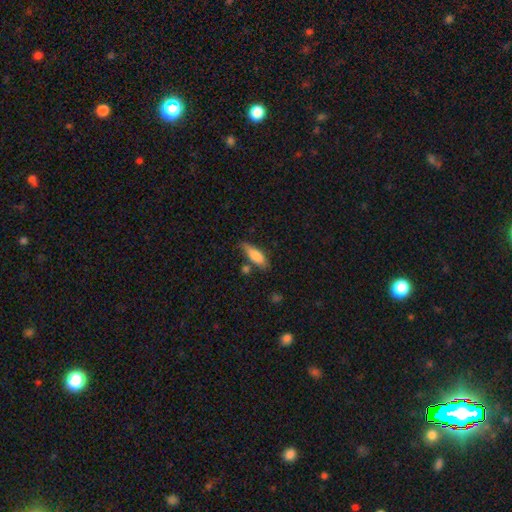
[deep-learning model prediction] Smooth or featured? Predicted: smooth (p=0.78). How rounded? Predicted: in between (p=0.54). Merging? Predicted: none (p=0.61).